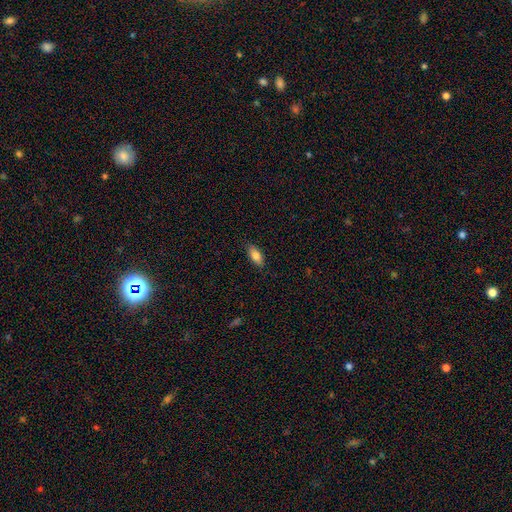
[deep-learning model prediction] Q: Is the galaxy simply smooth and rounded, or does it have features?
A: smooth — 81%.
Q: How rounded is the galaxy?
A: in between — 81%.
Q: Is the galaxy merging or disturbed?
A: none — 85%.